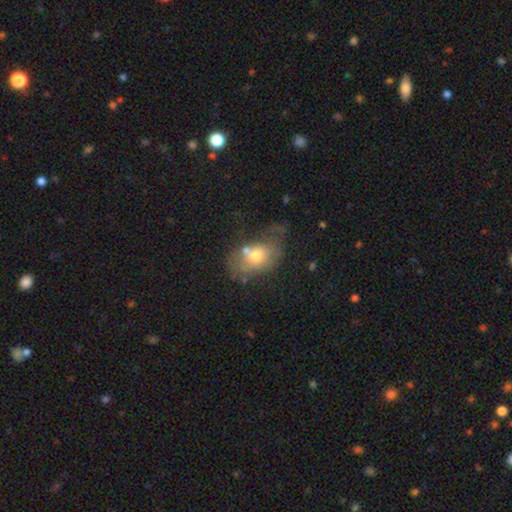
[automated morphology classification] type=smooth (60%); roundness=in between (77%); merging=none (34%).